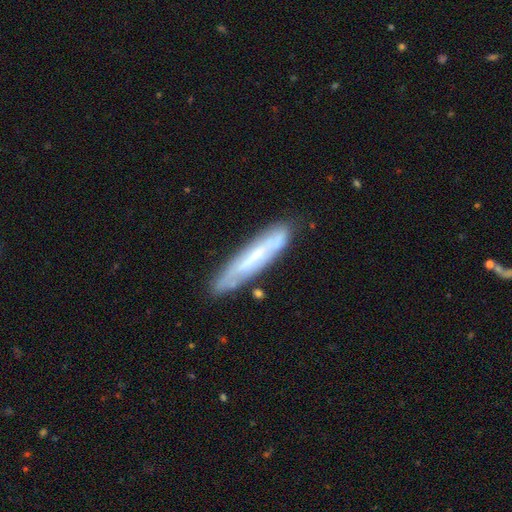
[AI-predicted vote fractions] Overall: featured or disk (55%; smooth 39%). Edge-on disk: yes (58%; no 42%). Merging: none (78%).